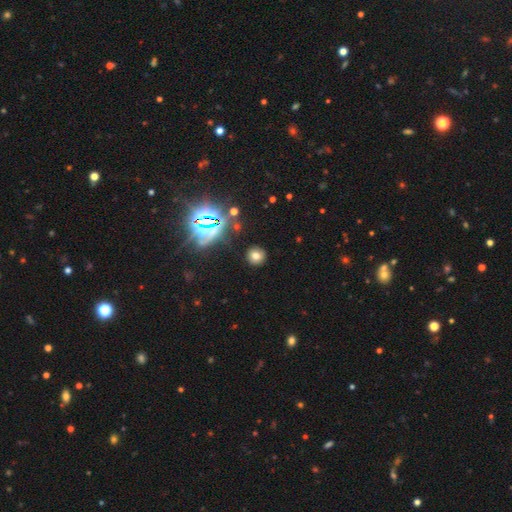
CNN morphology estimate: Q: Smooth or featured?
A: smooth (64%); runner-up: star or artifact (24%)
Q: How rounded?
A: round (90%); runner-up: in between (9%)
Q: Merging?
A: none (88%); runner-up: minor disturbance (7%)